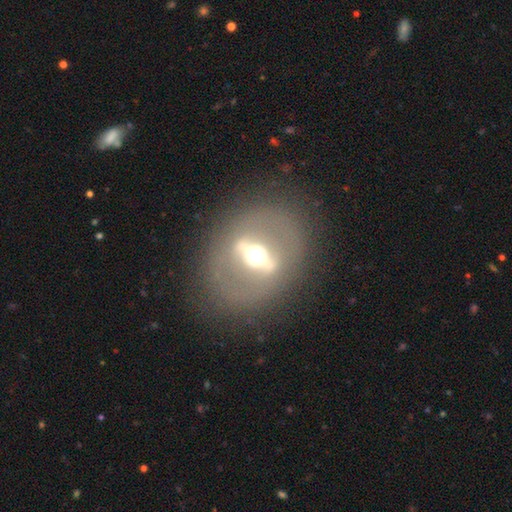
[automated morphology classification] Smooth or featured? featured or disk (78%)
Edge-on disk? no (61%)
Merging? none (82%)